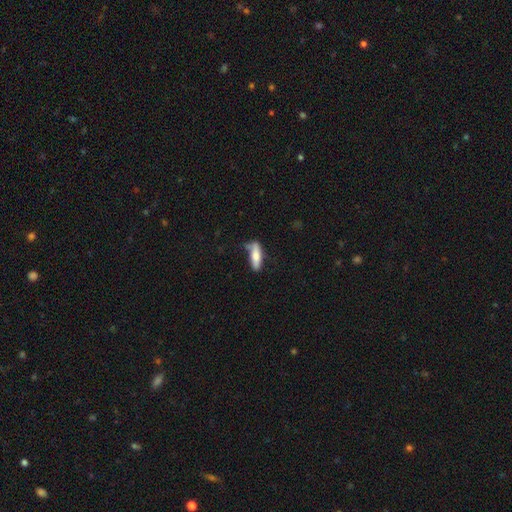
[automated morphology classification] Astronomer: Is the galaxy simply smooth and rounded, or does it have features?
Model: smooth — 71%.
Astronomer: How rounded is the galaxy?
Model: cigar-shaped — 55% (runner-up: in between, 43%).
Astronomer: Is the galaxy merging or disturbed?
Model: none — 56%.